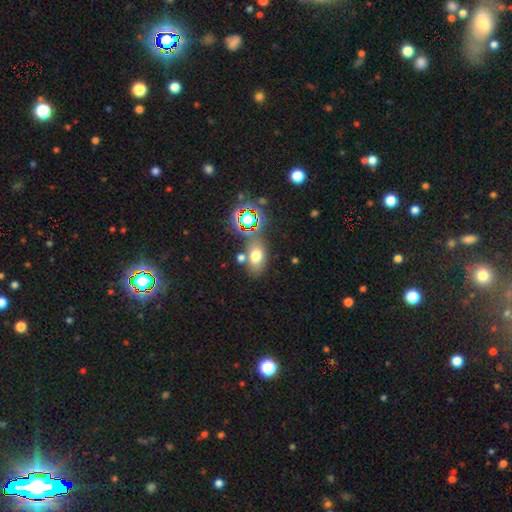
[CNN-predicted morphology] smooth_or_featured: smooth (p=0.64) [alt: star or artifact p=0.22]
how_rounded: in between (p=0.78) [alt: round p=0.20]
merging: none (p=0.64) [alt: merger p=0.16]